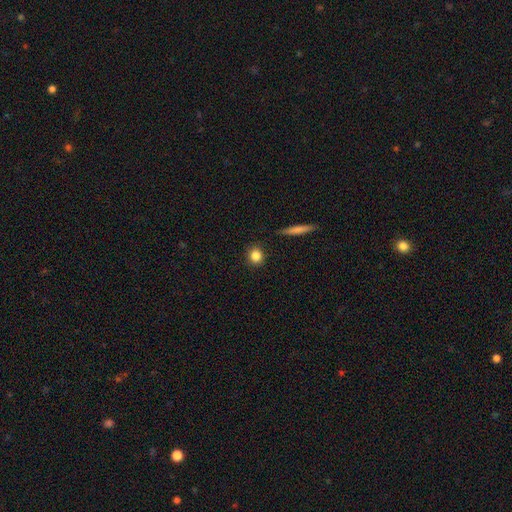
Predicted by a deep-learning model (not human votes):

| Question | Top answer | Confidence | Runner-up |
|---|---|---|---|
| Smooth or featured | smooth | 84% | star or artifact (10%) |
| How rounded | round | 86% | in between (12%) |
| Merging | none | 89% | minor disturbance (7%) |